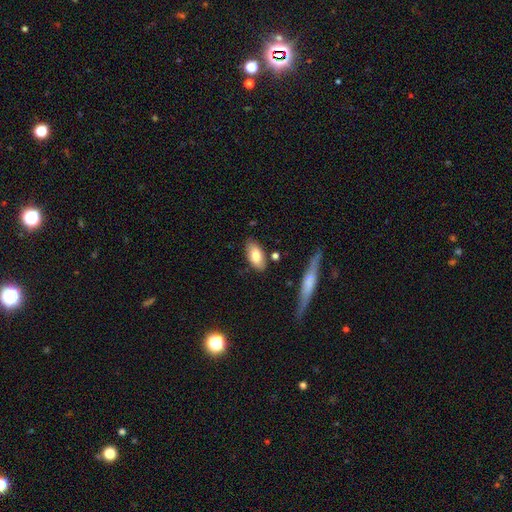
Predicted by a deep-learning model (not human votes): Smooth or featured? smooth (76%)
How rounded? in between (91%)
Merging? none (81%)